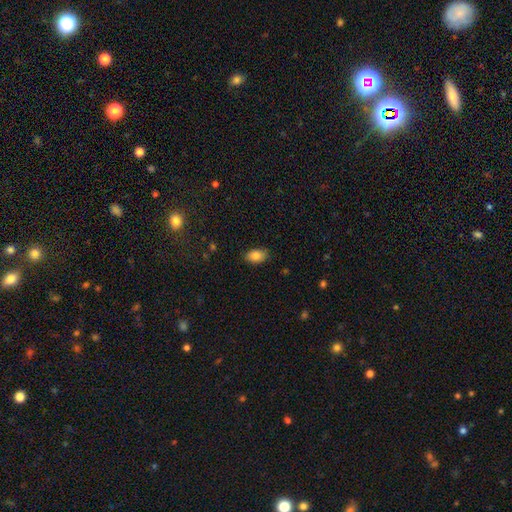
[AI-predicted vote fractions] This appears to be a smooth galaxy with no disk features (84%) that is in between round and cigar-shaped (89%). Merging: none (84%).